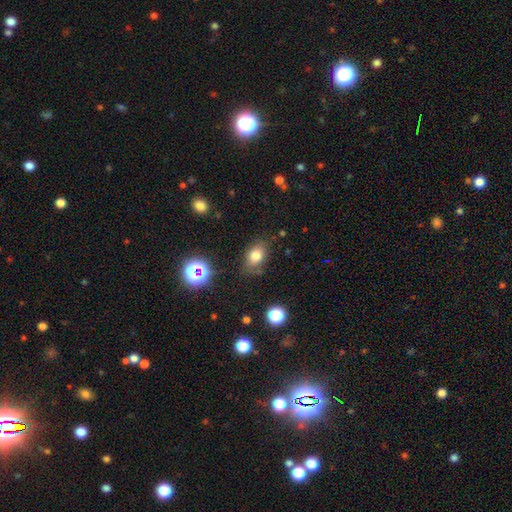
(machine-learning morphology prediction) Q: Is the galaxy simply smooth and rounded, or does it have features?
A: smooth — 77%.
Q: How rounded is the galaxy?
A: in between — 77%.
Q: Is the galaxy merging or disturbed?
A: none — 77%.